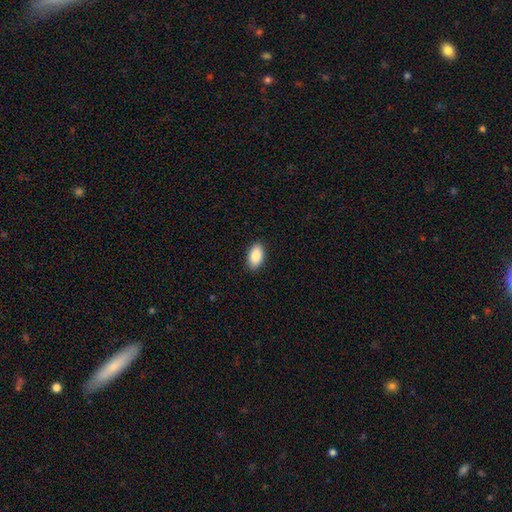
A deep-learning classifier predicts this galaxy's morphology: smooth_or_featured: smooth (p=0.89) [alt: star or artifact p=0.07]
how_rounded: in between (p=0.94) [alt: round p=0.04]
merging: none (p=0.89) [alt: minor disturbance p=0.08]